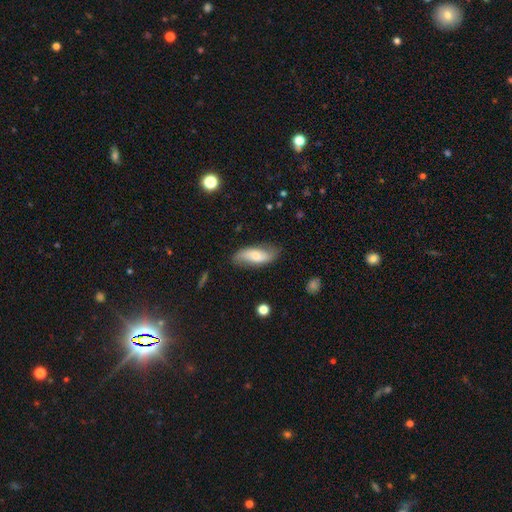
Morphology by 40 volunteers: Overall: smooth (57%; featured or disk 32%). How rounded: in between (87%). Merging: none (75%).